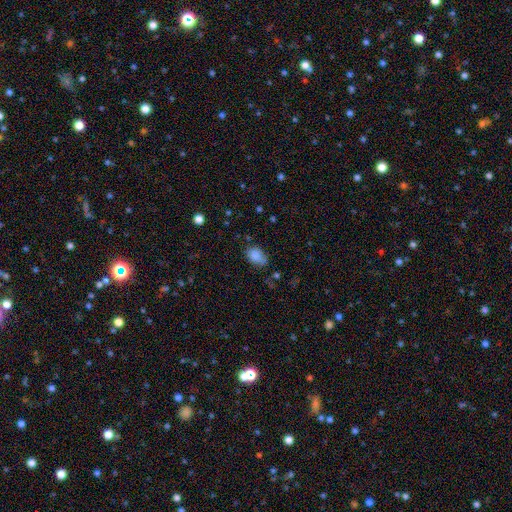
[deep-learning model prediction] A smooth galaxy with no disk features (84%) that is in between round and cigar-shaped (77%). Merging: none (57%).